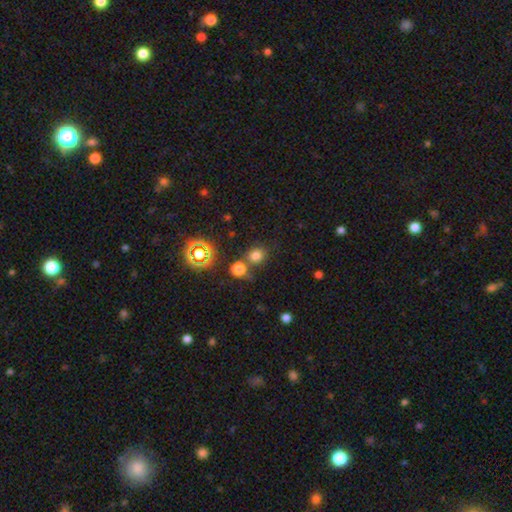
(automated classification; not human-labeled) smooth 75%, star or artifact 19%, featured or disk 6%. Down the decision tree: how rounded — round (80%); merging — none (67%).